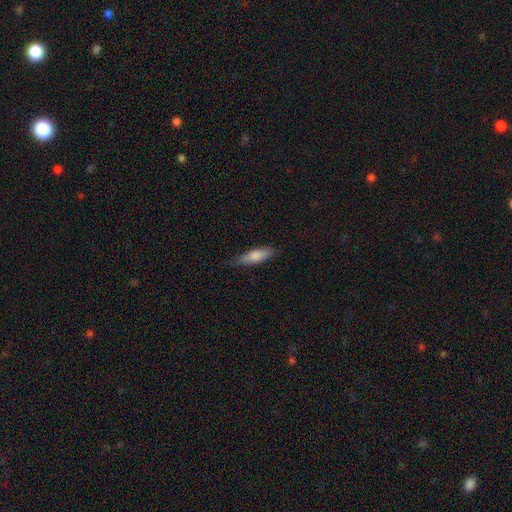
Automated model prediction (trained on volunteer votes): Q: Smooth or featured?
A: smooth (77%); runner-up: featured or disk (17%)
Q: How rounded?
A: cigar-shaped (55%); runner-up: in between (43%)
Q: Merging?
A: none (78%); runner-up: minor disturbance (18%)